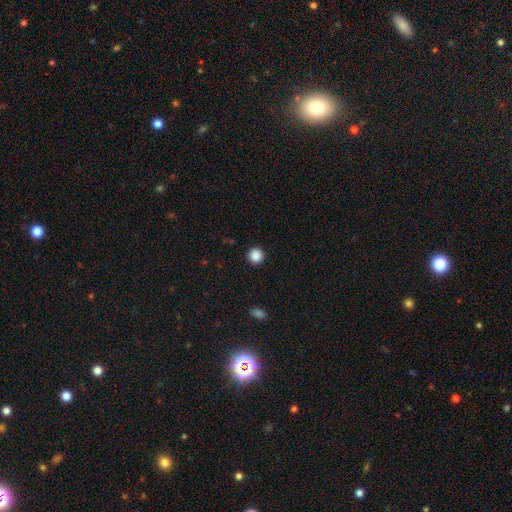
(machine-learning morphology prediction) Smooth or featured: smooth — 87% (star or artifact — 10%)
How rounded: round — 95% (in between — 4%)
Merging: none — 92% (minor disturbance — 5%)